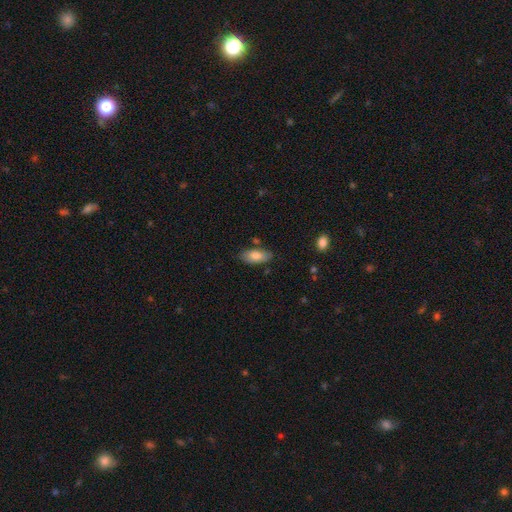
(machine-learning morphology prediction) Smooth or featured? smooth (78%)
How rounded? in between (89%)
Merging? none (78%)